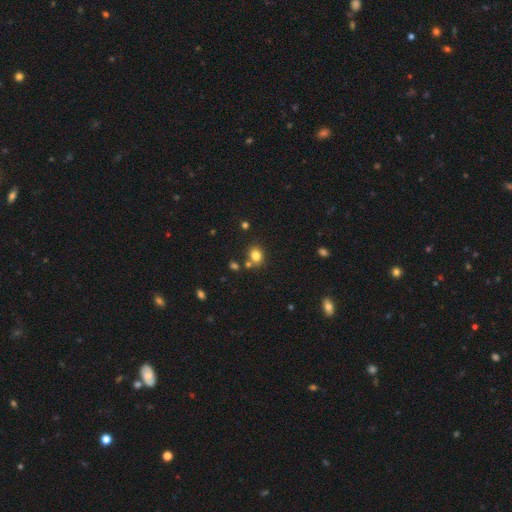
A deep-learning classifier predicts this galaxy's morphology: smooth-or-featured: smooth: 80% | star or artifact: 13% | featured or disk: 7%
  how-rounded: round: 64% | in between: 35% | cigar-shaped: 1%
  merging: none: 72% | merger: 13% | minor disturbance: 11% | major disturbance: 3%